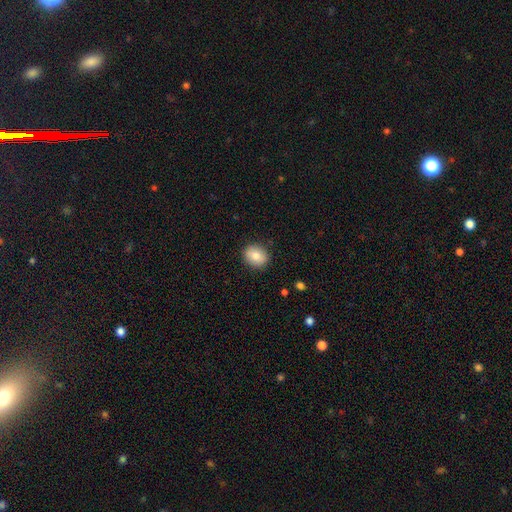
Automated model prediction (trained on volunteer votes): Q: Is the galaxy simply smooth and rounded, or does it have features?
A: smooth — 82%.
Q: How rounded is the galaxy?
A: round — 68%.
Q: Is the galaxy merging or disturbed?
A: none — 89%.